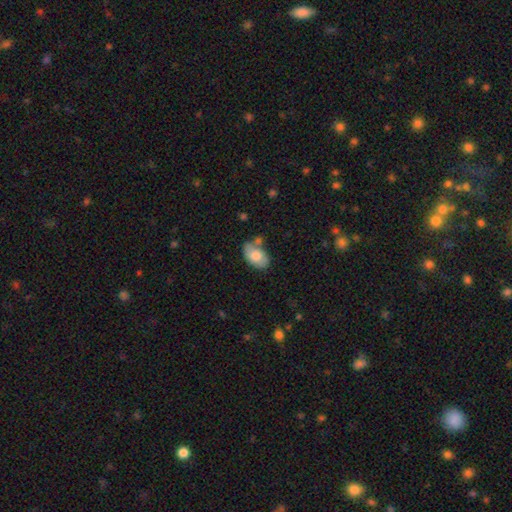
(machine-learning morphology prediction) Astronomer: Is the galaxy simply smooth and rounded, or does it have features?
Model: smooth — 74%.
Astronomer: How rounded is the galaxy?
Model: in between — 91%.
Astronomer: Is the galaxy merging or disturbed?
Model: none — 63%.